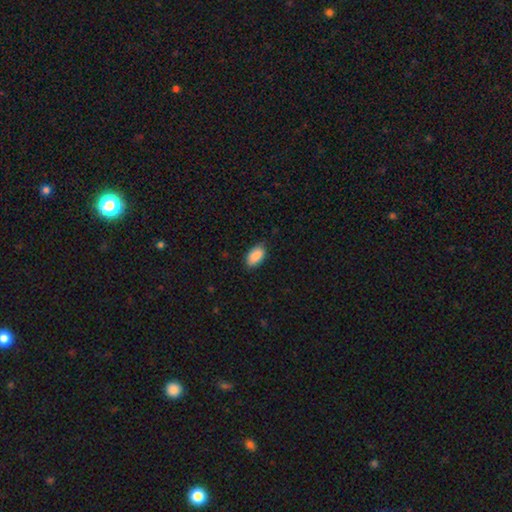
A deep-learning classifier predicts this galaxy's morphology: Smooth or featured? Predicted: smooth (p=0.90). How rounded? Predicted: in between (p=0.94). Merging? Predicted: none (p=0.82).